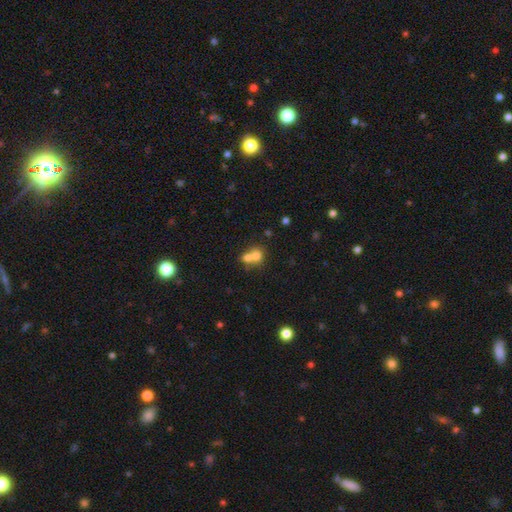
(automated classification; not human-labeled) smooth-or-featured: smooth: 70% | featured or disk: 18% | star or artifact: 13%
  how-rounded: round: 72% | in between: 27% | cigar-shaped: 1%
  merging: merger: 66% | none: 26% | minor disturbance: 5% | major disturbance: 3%